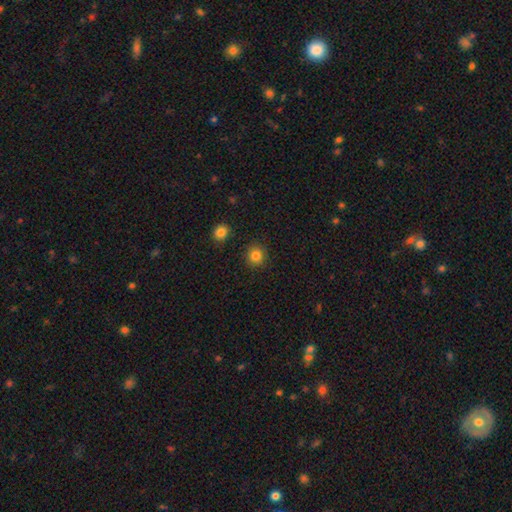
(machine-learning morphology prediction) This is clearly a smooth galaxy (84%). How rounded: clearly round (91%). Merging: clearly none (90%).